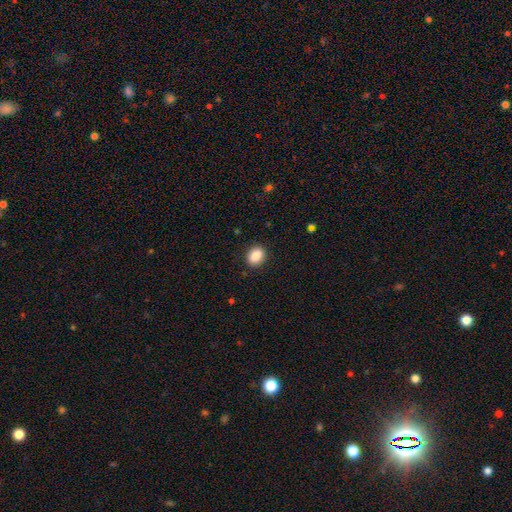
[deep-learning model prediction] This is clearly a smooth galaxy (88%). How rounded: possibly in between (59%). Merging: clearly none (89%).